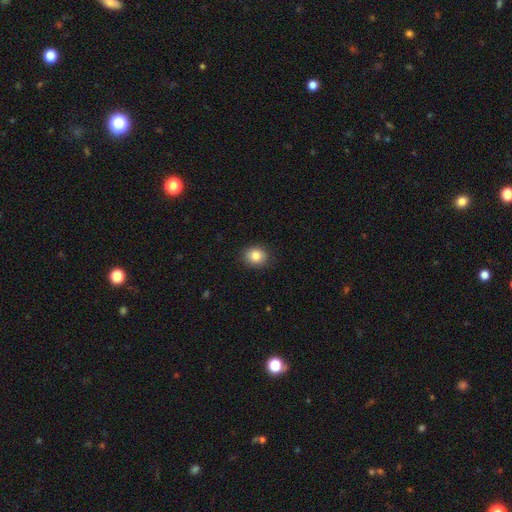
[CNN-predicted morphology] A smooth galaxy with no disk features (83%) that is round (66%).

Vote fractions:
- Smooth or featured? smooth: 83% / star or artifact: 10% / featured or disk: 7%
- How rounded? round: 66% / in between: 33% / cigar-shaped: 1%
- Merging? none: 88% / minor disturbance: 9% / major disturbance: 2% / merger: 1%